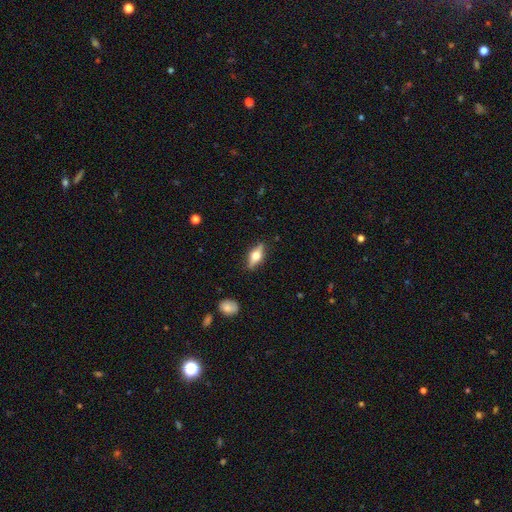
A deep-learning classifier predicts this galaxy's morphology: A featured or disk galaxy (56%) viewed edge-on (92%) with a rounded central bulge (94%).

Vote fractions:
- Smooth or featured? featured or disk: 56% / smooth: 37% / star or artifact: 7%
- Edge-on disk? yes: 92% / no: 8%
- Edge-on bulge? rounded: 94% / boxy: 4% / none: 1%
- Merging? none: 86% / minor disturbance: 10% / major disturbance: 3% / merger: 1%